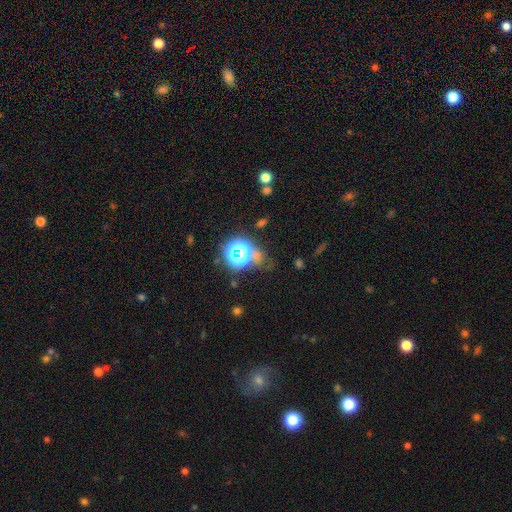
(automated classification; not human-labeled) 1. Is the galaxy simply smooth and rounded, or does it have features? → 54% star or artifact, 35% smooth, 11% featured or disk.